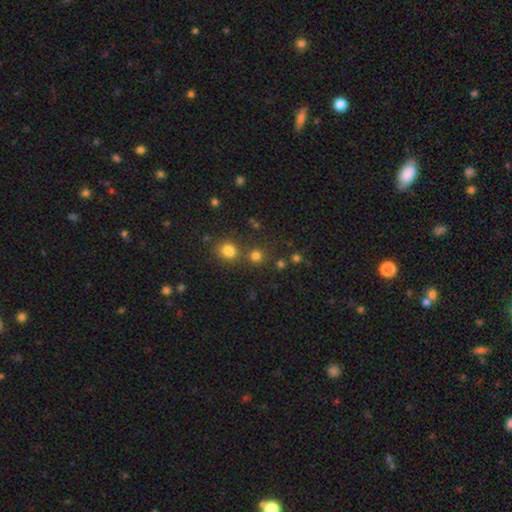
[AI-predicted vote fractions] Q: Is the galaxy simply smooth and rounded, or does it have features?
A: smooth — 76%.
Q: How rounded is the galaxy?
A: round — 84%.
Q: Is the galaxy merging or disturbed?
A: none — 67%.